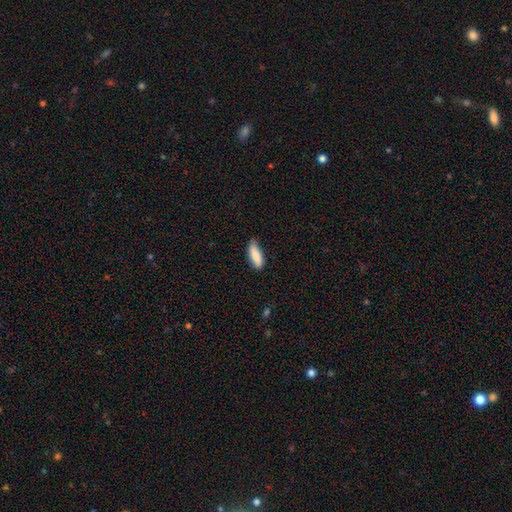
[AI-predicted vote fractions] Smooth or featured? Predicted: smooth (p=0.83). How rounded? Predicted: in between (p=0.61). Merging? Predicted: none (p=0.81).